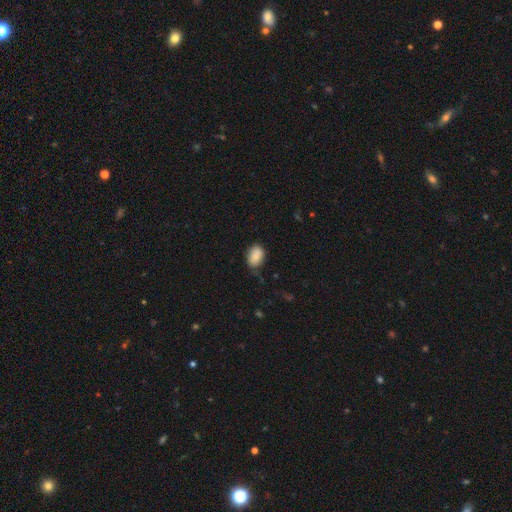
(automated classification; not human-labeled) smooth-or-featured: smooth: 85% | featured or disk: 8% | star or artifact: 7%
  how-rounded: in between: 84% | round: 15% | cigar-shaped: 1%
  merging: none: 70% | minor disturbance: 23% | major disturbance: 4% | merger: 2%